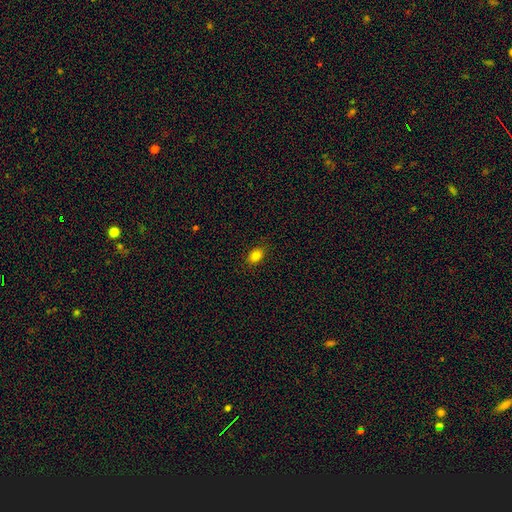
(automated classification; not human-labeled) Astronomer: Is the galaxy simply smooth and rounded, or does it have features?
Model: smooth — 83%.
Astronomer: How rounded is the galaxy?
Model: in between — 81%.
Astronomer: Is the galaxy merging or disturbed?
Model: none — 87%.